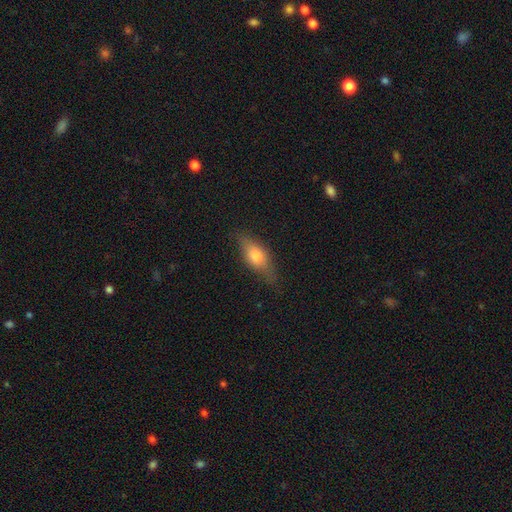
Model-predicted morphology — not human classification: smooth 60%, featured or disk 32%, star or artifact 7%. Down the decision tree: how rounded — in between (68%); merging — none (73%).